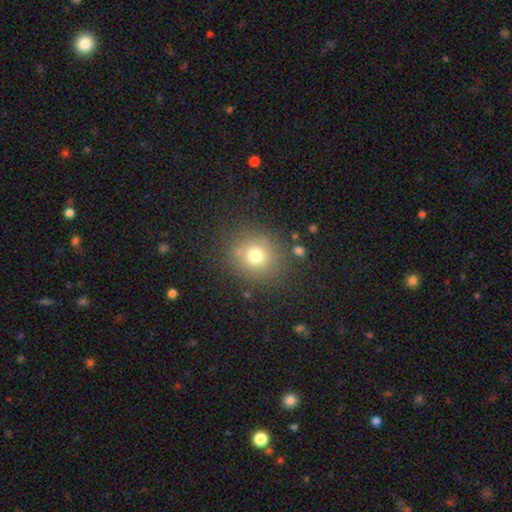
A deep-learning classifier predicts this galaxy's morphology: Smooth or featured?
  - smooth: 73% *
  - star or artifact: 16%
  - featured or disk: 11%
How rounded?
  - round: 84% *
  - in between: 15%
  - cigar-shaped: 1%
Merging?
  - none: 81% *
  - minor disturbance: 10%
  - major disturbance: 5%
  - merger: 4%